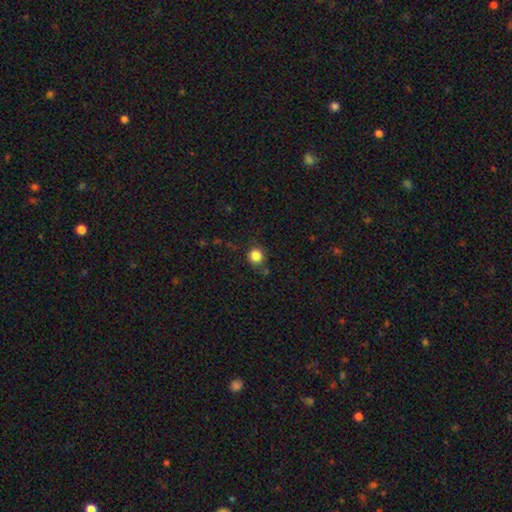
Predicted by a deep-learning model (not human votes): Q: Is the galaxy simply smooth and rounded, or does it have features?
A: smooth — 84%.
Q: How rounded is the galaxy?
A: round — 90%.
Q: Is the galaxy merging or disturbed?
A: none — 80%.